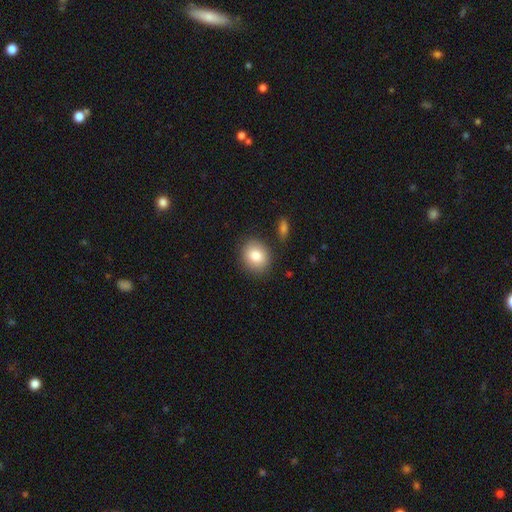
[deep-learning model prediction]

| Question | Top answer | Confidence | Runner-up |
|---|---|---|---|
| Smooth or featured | smooth | 83% | featured or disk (9%) |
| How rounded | round | 65% | in between (34%) |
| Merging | none | 84% | minor disturbance (10%) |